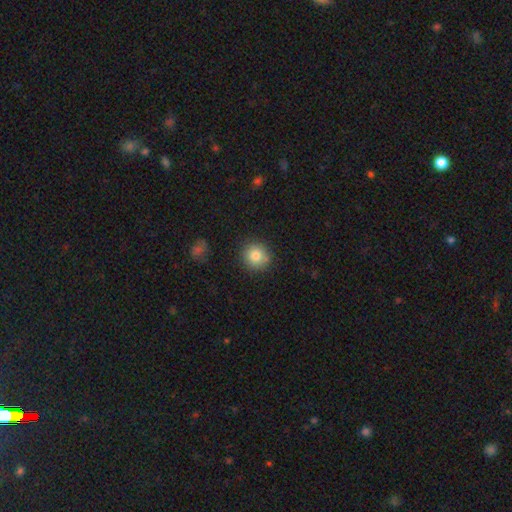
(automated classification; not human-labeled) Q: Smooth or featured?
A: smooth (83%); runner-up: star or artifact (10%)
Q: How rounded?
A: round (92%); runner-up: in between (7%)
Q: Merging?
A: none (84%); runner-up: minor disturbance (11%)